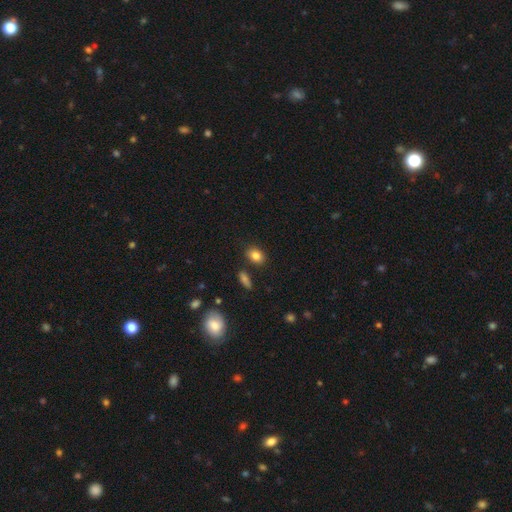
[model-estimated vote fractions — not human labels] smooth_or_featured: smooth (p=0.83) [alt: star or artifact p=0.10]
how_rounded: in between (p=0.69) [alt: round p=0.30]
merging: none (p=0.81) [alt: minor disturbance p=0.11]